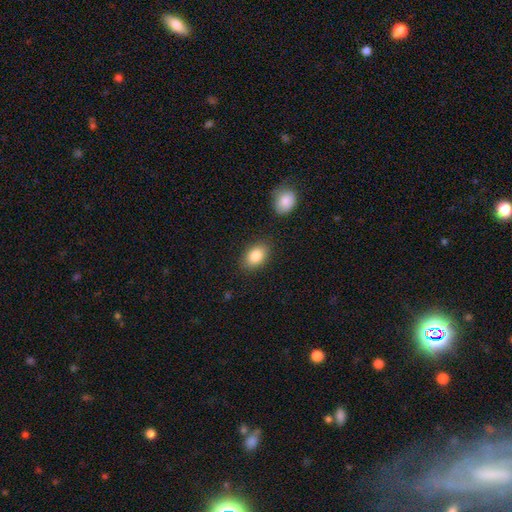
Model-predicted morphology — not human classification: This appears to be a smooth galaxy with no disk features (84%) that is in between round and cigar-shaped (83%). Merging: none (83%).